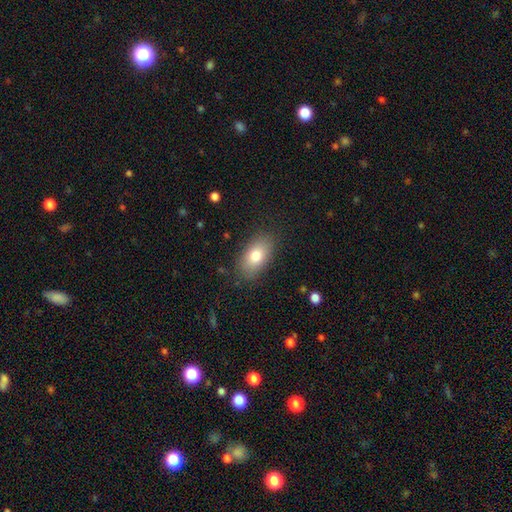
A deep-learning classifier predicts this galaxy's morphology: This appears to be a smooth galaxy with no disk features (79%) that is in between round and cigar-shaped (90%). Merging: none (84%).